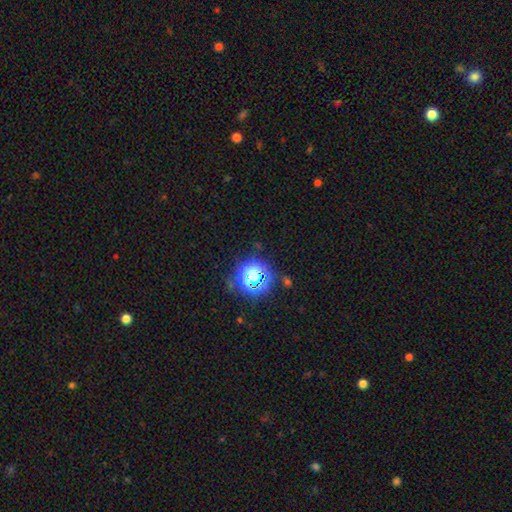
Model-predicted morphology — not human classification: smooth_or_featured: star or artifact (p=0.78) [alt: smooth p=0.16]